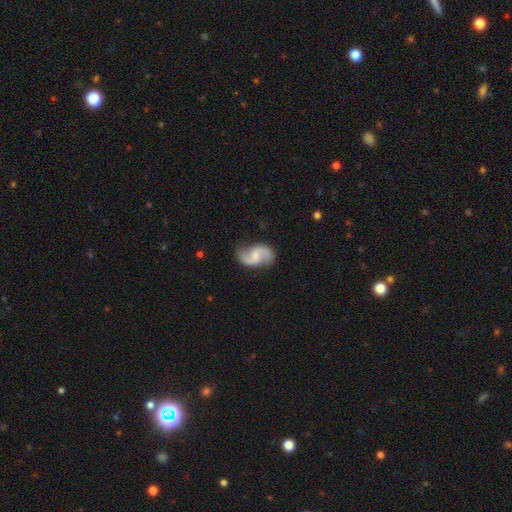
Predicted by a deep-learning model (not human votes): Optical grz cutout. It shows a featured or disk galaxy (84%) with a weak bar (49%), 2 (93%) loose (61%) spiral arms (97%) and a small central bulge (45%). Merging: none (80%).